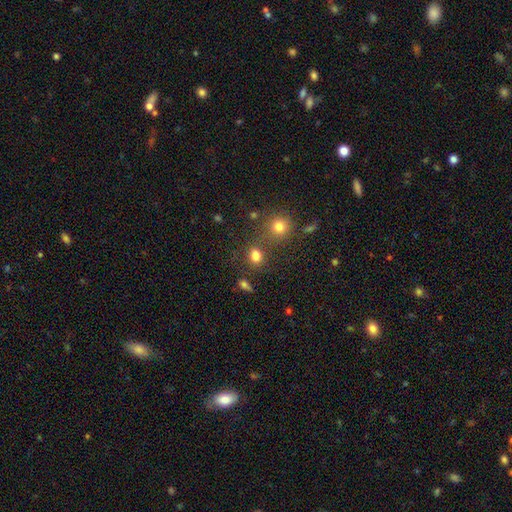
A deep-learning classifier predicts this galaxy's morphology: This is likely a smooth galaxy (80%). How rounded: possibly round (53%). Merging: likely none (67%).